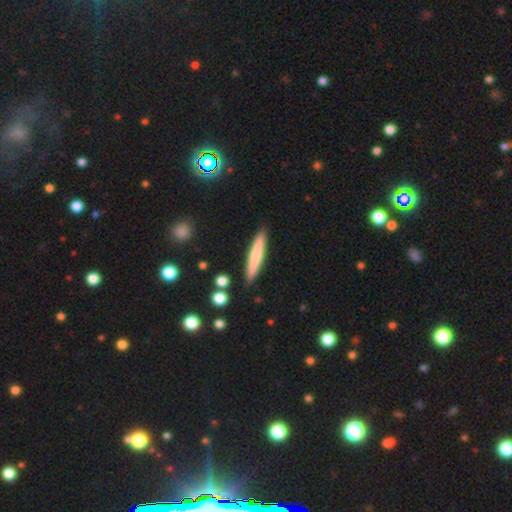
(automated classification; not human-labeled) Smooth or featured? Predicted: smooth (p=0.67). How rounded? Predicted: cigar-shaped (p=0.92). Merging? Predicted: none (p=0.89).